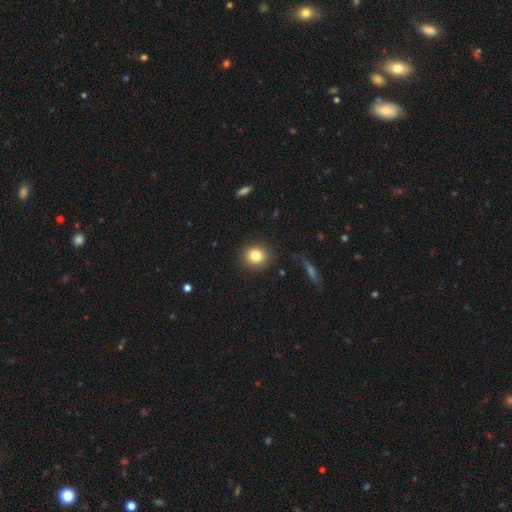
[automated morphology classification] Smooth or featured: smooth — 81% (star or artifact — 11%)
How rounded: round — 86% (in between — 13%)
Merging: none — 90% (minor disturbance — 6%)